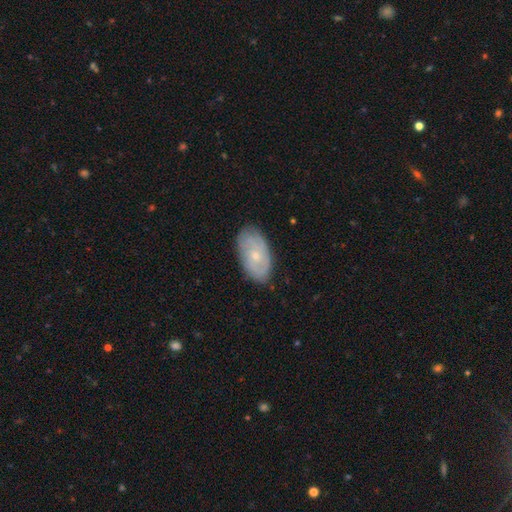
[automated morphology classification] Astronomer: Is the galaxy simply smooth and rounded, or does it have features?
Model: featured or disk — 54% (runner-up: smooth, 40%).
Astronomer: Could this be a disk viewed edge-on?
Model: no — 93%.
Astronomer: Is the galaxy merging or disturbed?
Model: none — 80%.